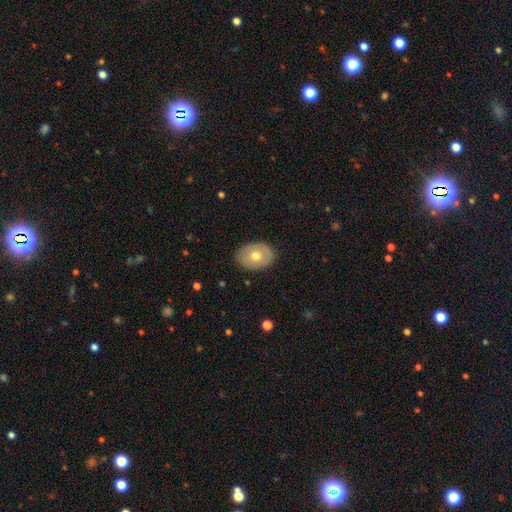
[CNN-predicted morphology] A smooth galaxy with no disk features (62%) that is in between round and cigar-shaped (72%).

Vote fractions:
- Smooth or featured? smooth: 62% / featured or disk: 32% / star or artifact: 6%
- How rounded? in between: 72% / round: 27% / cigar-shaped: 1%
- Merging? none: 85% / minor disturbance: 11% / major disturbance: 3% / merger: 1%